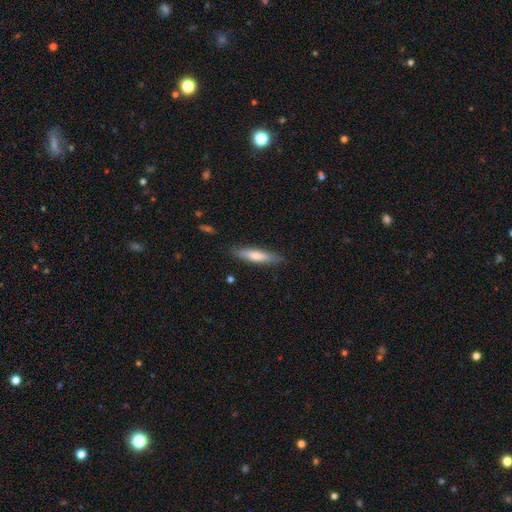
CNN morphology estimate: This is likely a smooth galaxy (66%). How rounded: clearly cigar-shaped (82%). Merging: clearly none (86%).